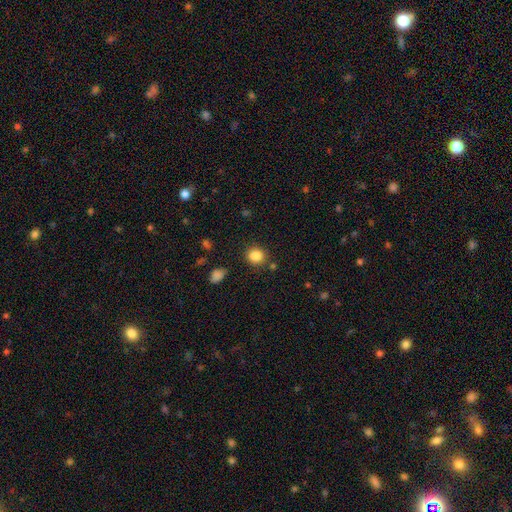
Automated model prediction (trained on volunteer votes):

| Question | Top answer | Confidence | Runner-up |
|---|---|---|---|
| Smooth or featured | smooth | 86% | star or artifact (10%) |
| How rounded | round | 77% | in between (22%) |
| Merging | none | 81% | minor disturbance (11%) |